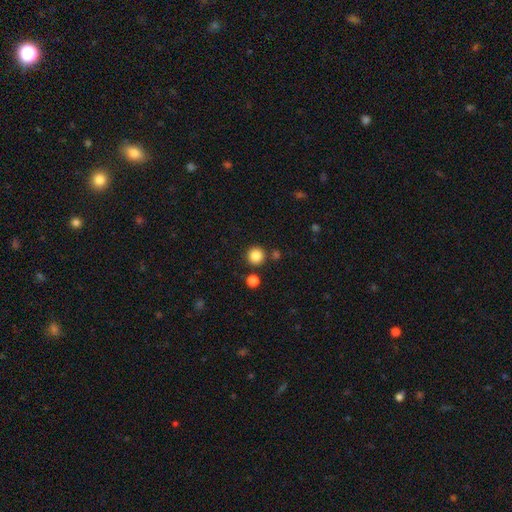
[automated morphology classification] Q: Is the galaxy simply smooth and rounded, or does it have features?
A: smooth — 85%.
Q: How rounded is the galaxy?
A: round — 95%.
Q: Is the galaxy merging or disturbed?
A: none — 87%.